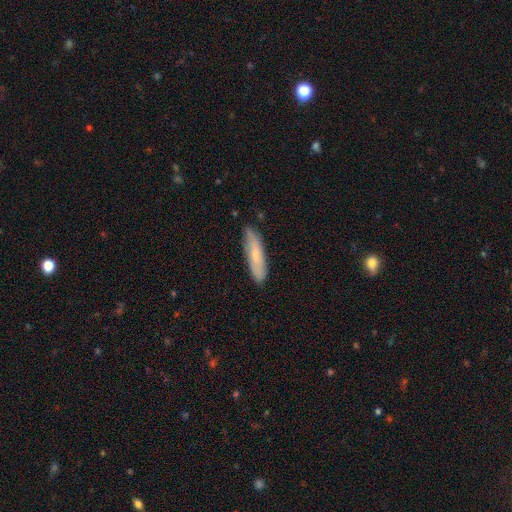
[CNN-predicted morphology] Smooth or featured? Predicted: smooth (p=0.65). How rounded? Predicted: cigar-shaped (p=0.75). Merging? Predicted: none (p=0.83).